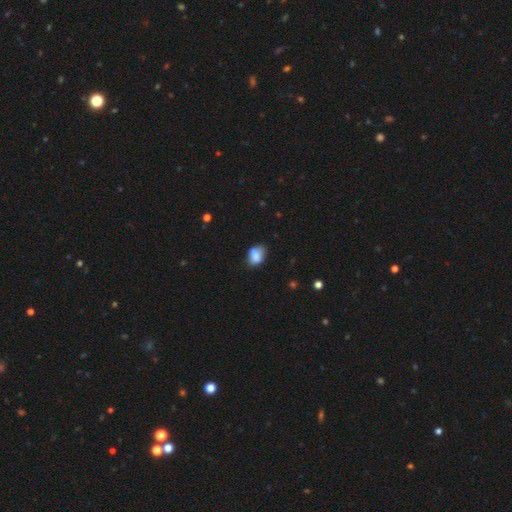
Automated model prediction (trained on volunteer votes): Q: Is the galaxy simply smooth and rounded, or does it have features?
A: smooth — 82%.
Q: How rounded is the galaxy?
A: in between — 72%.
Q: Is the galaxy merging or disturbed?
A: none — 57%.